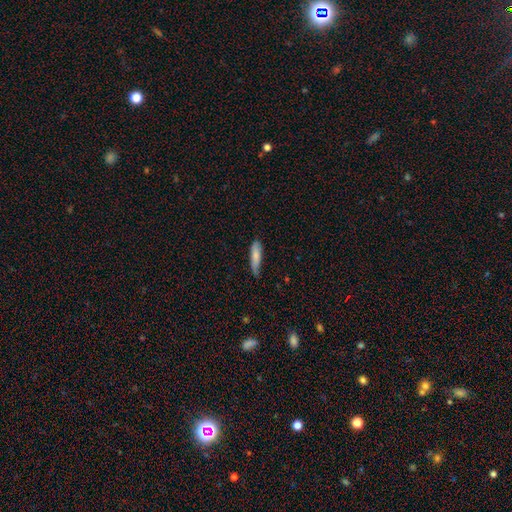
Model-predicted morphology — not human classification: This appears to be a smooth galaxy with no disk features (79%) that is cigar-shaped (70%). Merging: none (60%).